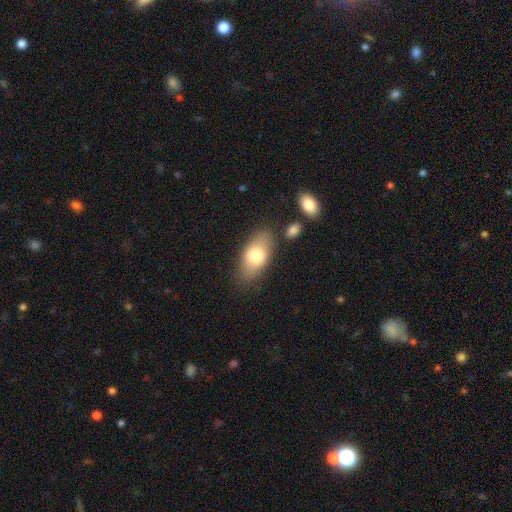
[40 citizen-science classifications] Q: Smooth or featured?
A: smooth (72%); runner-up: featured or disk (28%)
Q: How rounded?
A: in between (93%); runner-up: cigar-shaped (7%)
Q: Merging?
A: none (78%); runner-up: minor disturbance (10%)